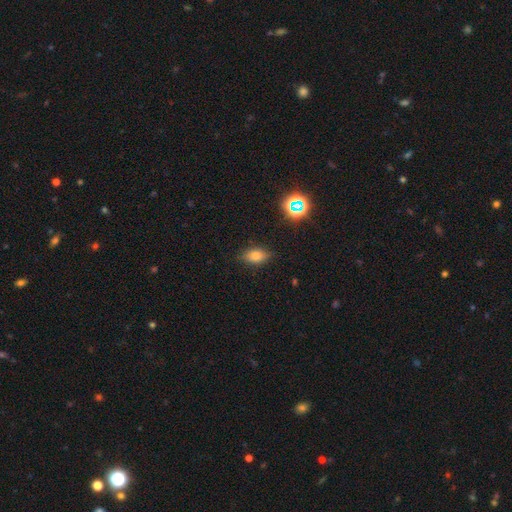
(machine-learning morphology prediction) smooth_or_featured: smooth (p=0.75) [alt: star or artifact p=0.13]
how_rounded: in between (p=0.82) [alt: round p=0.14]
merging: none (p=0.82) [alt: minor disturbance p=0.14]